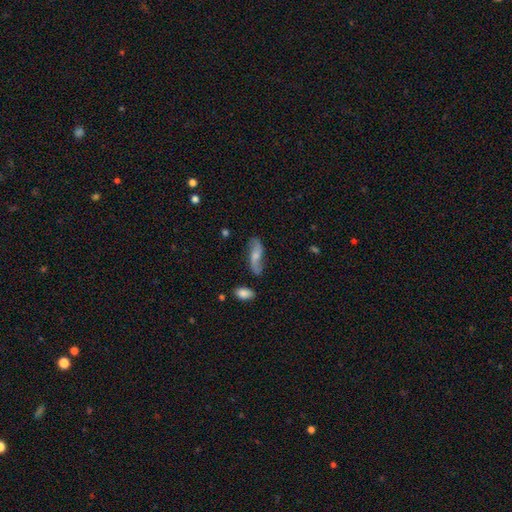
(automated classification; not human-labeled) smooth_or_featured: featured or disk (p=0.59) [alt: smooth p=0.34]
disk_edge_on: no (p=0.87) [alt: yes p=0.13]
bar: no (p=0.55) [alt: weak p=0.34]
has_spiral_arms: yes (p=0.89) [alt: no p=0.11]
bulge_size: small (p=0.42) [alt: moderate p=0.37]
merging: none (p=0.70) [alt: minor disturbance p=0.20]